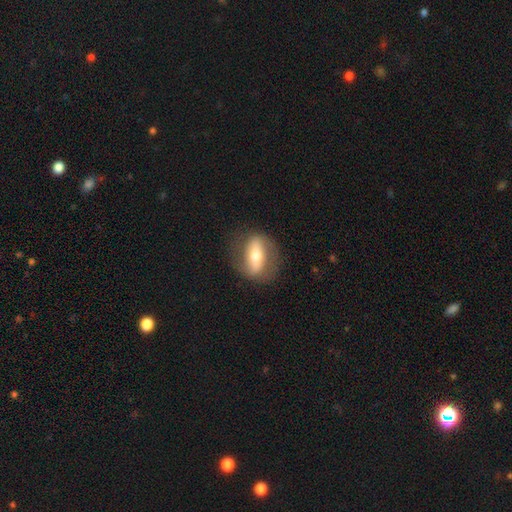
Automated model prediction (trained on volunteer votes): A featured or disk galaxy (60%). Merging: none (78%).